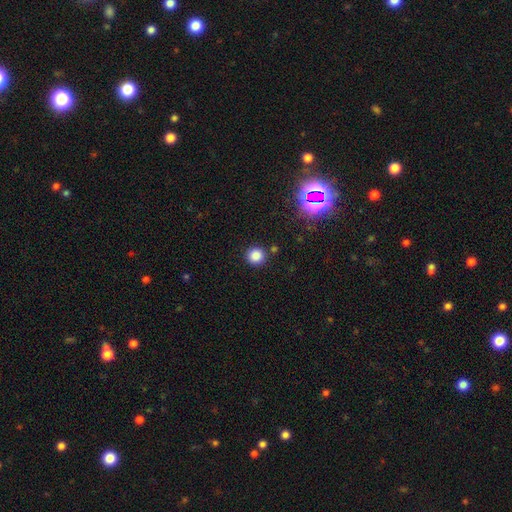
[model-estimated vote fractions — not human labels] smooth 83%, star or artifact 13%, featured or disk 4%. Down the decision tree: how rounded — round (93%); merging — none (88%).